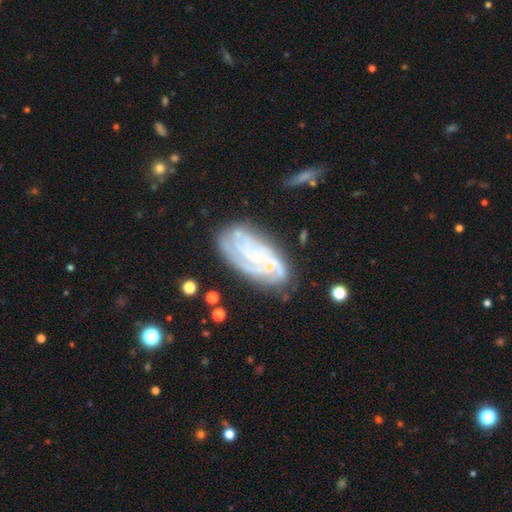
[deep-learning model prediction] The model was most divided on "spiral arm count": can't tell: 35%, 3: 22%, 2: 18%, 4: 13%, more than 4: 6%, 1: 5%. More confident: edge-on disk — no (94%); spiral arms — yes (90%); smooth or featured — featured or disk (77%); bulge size — small (73%); bar — no (71%); spiral winding — tight (65%); merging — none (62%).